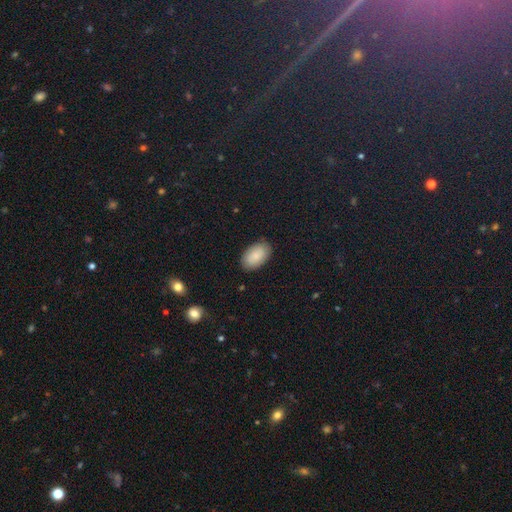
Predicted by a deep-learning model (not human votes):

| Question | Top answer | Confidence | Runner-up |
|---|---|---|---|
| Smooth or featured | smooth | 85% | featured or disk (8%) |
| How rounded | in between | 94% | round (5%) |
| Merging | none | 86% | minor disturbance (11%) |